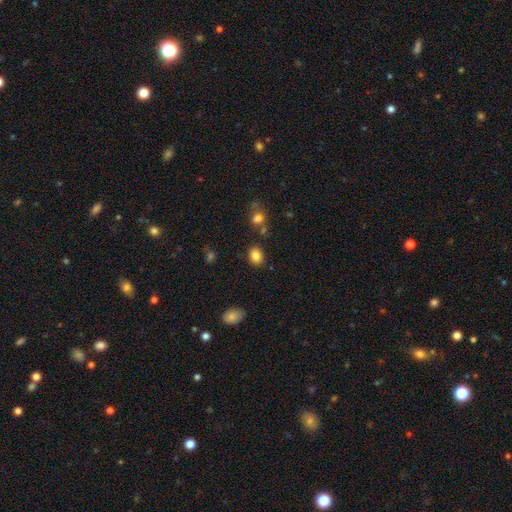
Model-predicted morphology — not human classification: This appears to be a smooth galaxy with no disk features (84%) that is in between round and cigar-shaped (53%). Merging: none (82%).